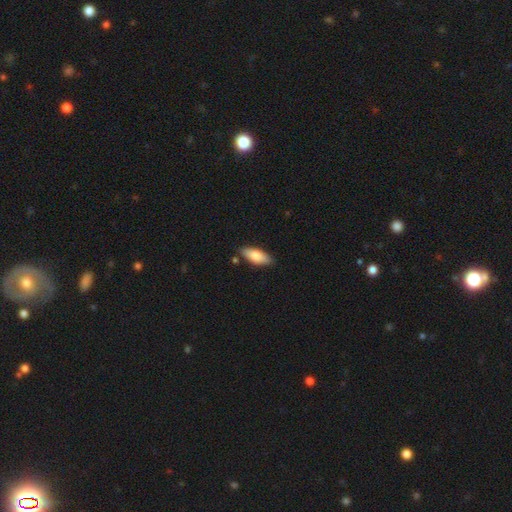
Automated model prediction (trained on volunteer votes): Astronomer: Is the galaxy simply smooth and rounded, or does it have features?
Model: smooth — 75%.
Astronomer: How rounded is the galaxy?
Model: in between — 76%.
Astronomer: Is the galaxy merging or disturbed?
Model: none — 82%.